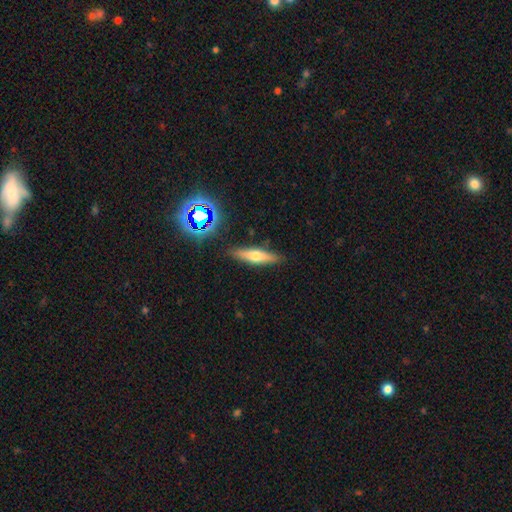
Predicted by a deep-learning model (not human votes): Smooth or featured: smooth — 48% (featured or disk — 41%)
Merging: none — 87% (minor disturbance — 9%)